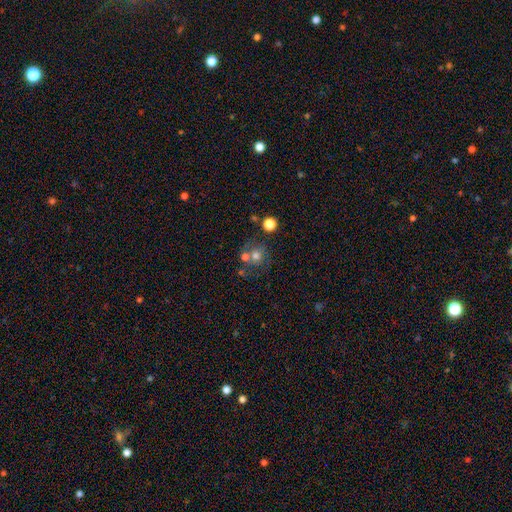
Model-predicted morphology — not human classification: smooth-or-featured: smooth: 62% | featured or disk: 23% | star or artifact: 14%
  how-rounded: round: 84% | in between: 15% | cigar-shaped: 1%
  merging: none: 48% | merger: 35% | minor disturbance: 11% | major disturbance: 6%